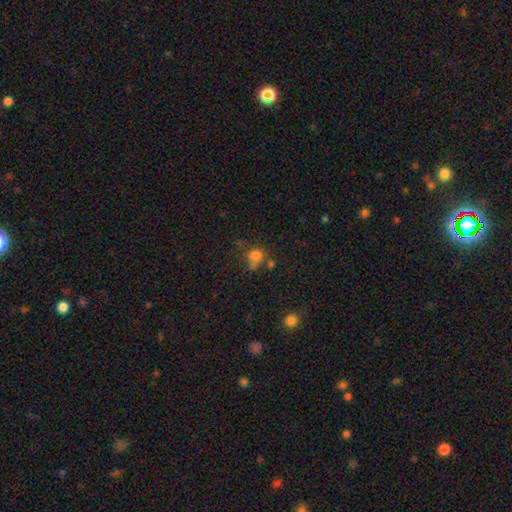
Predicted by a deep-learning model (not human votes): A smooth galaxy with no disk features (70%) that is round (62%).

Vote fractions:
- Smooth or featured? smooth: 70% / star or artifact: 17% / featured or disk: 12%
- How rounded? round: 62% / in between: 37% / cigar-shaped: 1%
- Merging? none: 39% / merger: 27% / minor disturbance: 19% / major disturbance: 15%